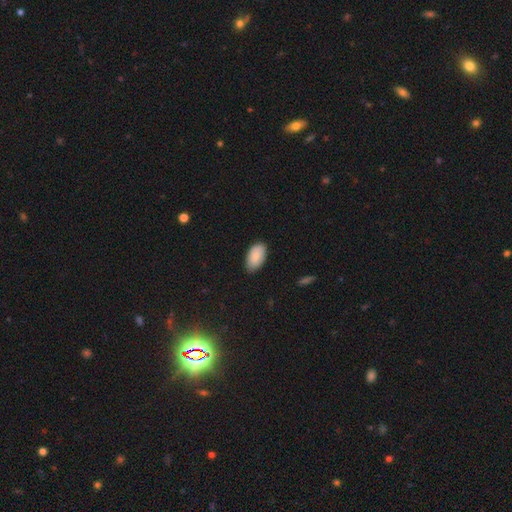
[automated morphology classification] This is clearly a smooth galaxy (88%). How rounded: clearly in between (95%). Merging: clearly none (82%).